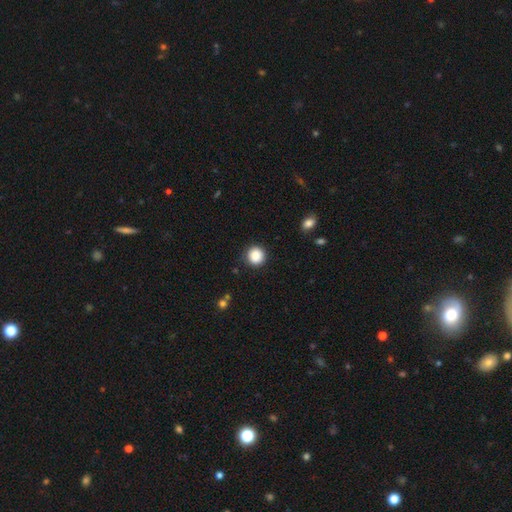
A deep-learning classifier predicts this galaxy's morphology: smooth-or-featured: smooth: 87% | star or artifact: 9% | featured or disk: 4%
  how-rounded: round: 92% | in between: 7% | cigar-shaped: 1%
  merging: none: 88% | minor disturbance: 9% | major disturbance: 2% | merger: 1%